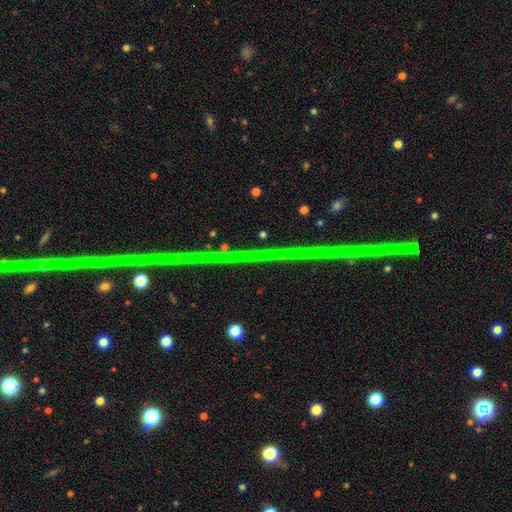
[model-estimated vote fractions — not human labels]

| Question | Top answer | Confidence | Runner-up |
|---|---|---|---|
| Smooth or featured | star or artifact | 76% | featured or disk (16%) |